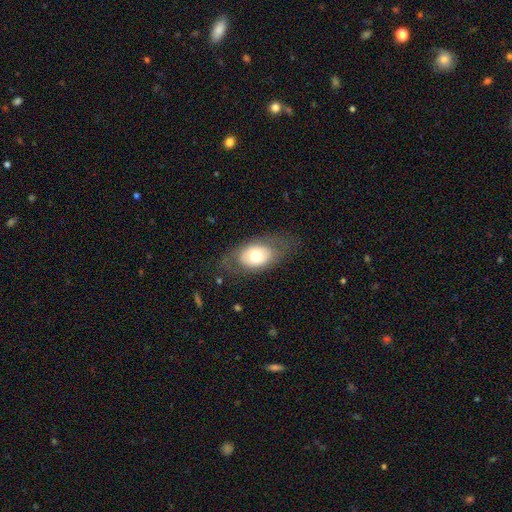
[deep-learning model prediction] This appears to be a smooth galaxy with no disk features (56%) that is in between round and cigar-shaped (81%). Merging: none (71%).